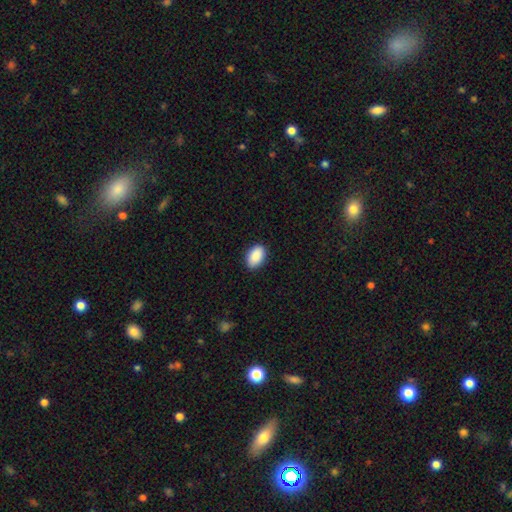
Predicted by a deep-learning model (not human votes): A smooth galaxy with no disk features (91%) that is in between round and cigar-shaped (91%).

Vote fractions:
- Smooth or featured? smooth: 91% / star or artifact: 6% / featured or disk: 3%
- How rounded? in between: 91% / round: 7% / cigar-shaped: 1%
- Merging? none: 88% / minor disturbance: 9% / major disturbance: 2% / merger: 1%